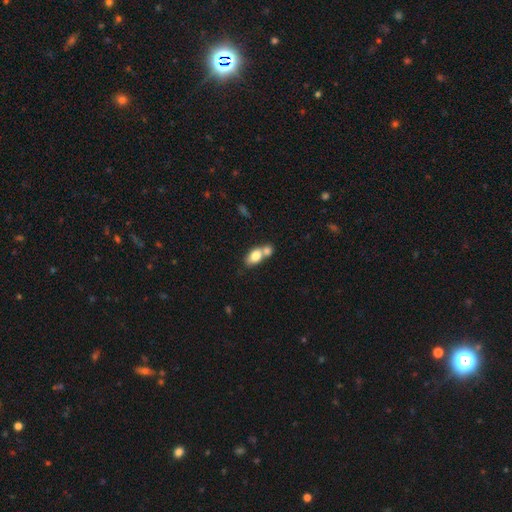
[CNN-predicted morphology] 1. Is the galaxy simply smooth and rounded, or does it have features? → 77% smooth, 15% featured or disk, 7% star or artifact.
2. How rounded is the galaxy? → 84% in between, 12% round, 4% cigar-shaped.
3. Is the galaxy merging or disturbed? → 58% merger, 29% none, 9% minor disturbance, 4% major disturbance.